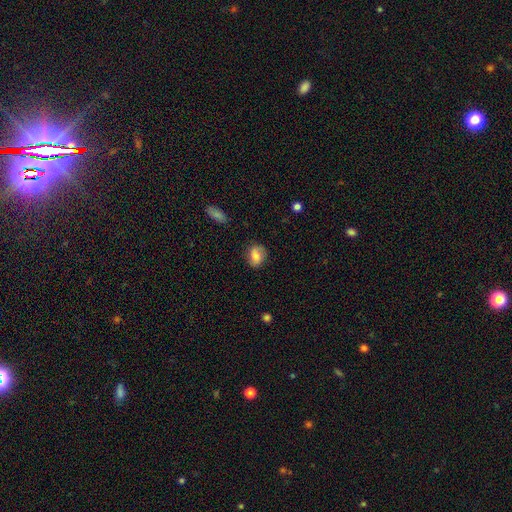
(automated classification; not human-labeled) A smooth galaxy with no disk features (70%) that is in between round and cigar-shaped (60%). Merging: none (77%).